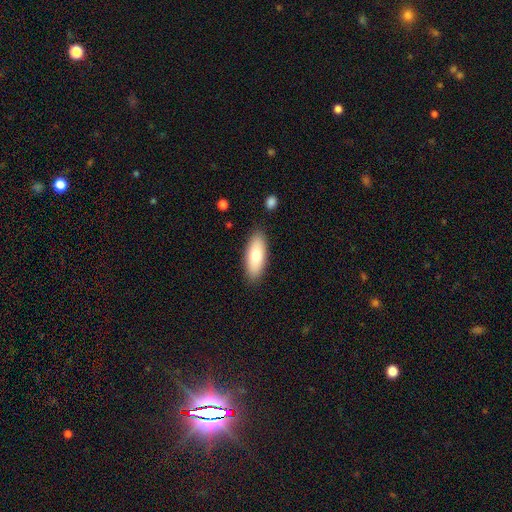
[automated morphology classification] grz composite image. It shows a smooth galaxy with no disk features (77%) that is in between round and cigar-shaped (77%). Merging: none (87%).